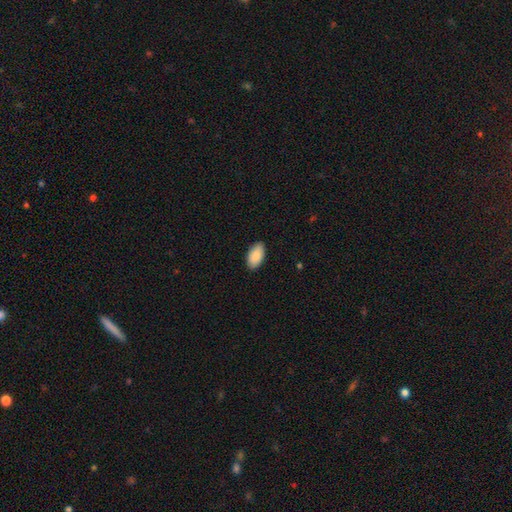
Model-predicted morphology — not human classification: A smooth galaxy with no disk features (88%) that is in between round and cigar-shaped (95%).

Vote fractions:
- Smooth or featured? smooth: 88% / star or artifact: 6% / featured or disk: 6%
- How rounded? in between: 95% / round: 3% / cigar-shaped: 2%
- Merging? none: 88% / minor disturbance: 9% / major disturbance: 2% / merger: 1%